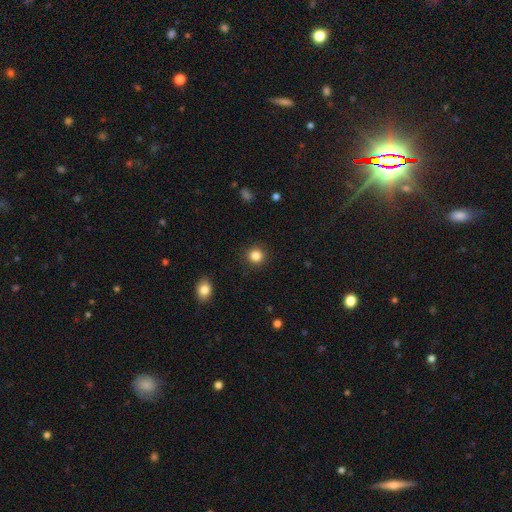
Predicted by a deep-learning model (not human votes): smooth-or-featured: smooth: 85% | star or artifact: 11% | featured or disk: 4%
  how-rounded: round: 91% | in between: 8% | cigar-shaped: 1%
  merging: none: 90% | minor disturbance: 6% | major disturbance: 2% | merger: 1%